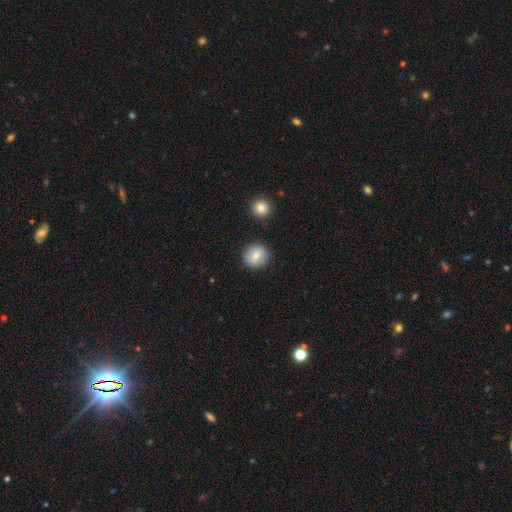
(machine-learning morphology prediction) A smooth galaxy with no disk features (81%) that is round (89%).

Vote fractions:
- Smooth or featured? smooth: 81% / featured or disk: 11% / star or artifact: 8%
- How rounded? round: 89% / in between: 10% / cigar-shaped: 1%
- Merging? none: 88% / minor disturbance: 7% / merger: 3% / major disturbance: 2%